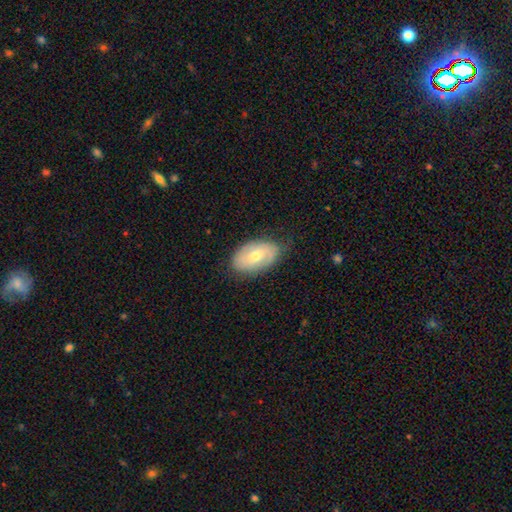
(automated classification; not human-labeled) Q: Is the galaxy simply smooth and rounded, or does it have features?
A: smooth — 49%.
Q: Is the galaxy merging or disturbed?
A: none — 74%.